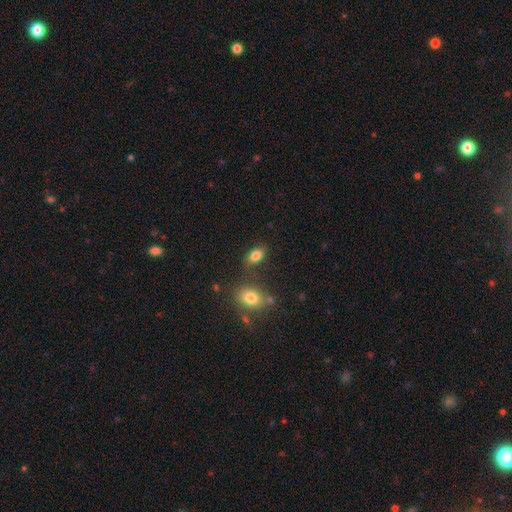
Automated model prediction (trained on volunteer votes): smooth_or_featured: smooth (p=0.83) [alt: star or artifact p=0.10]
how_rounded: in between (p=0.86) [alt: round p=0.12]
merging: none (p=0.73) [alt: minor disturbance p=0.14]